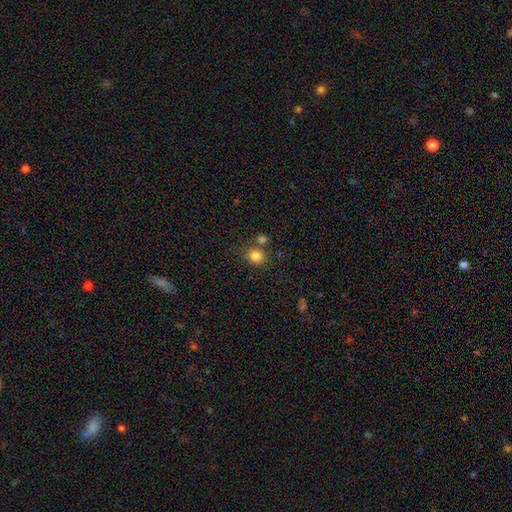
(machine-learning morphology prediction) This is clearly a smooth galaxy (82%). How rounded: likely round (79%). Merging: likely none (71%).